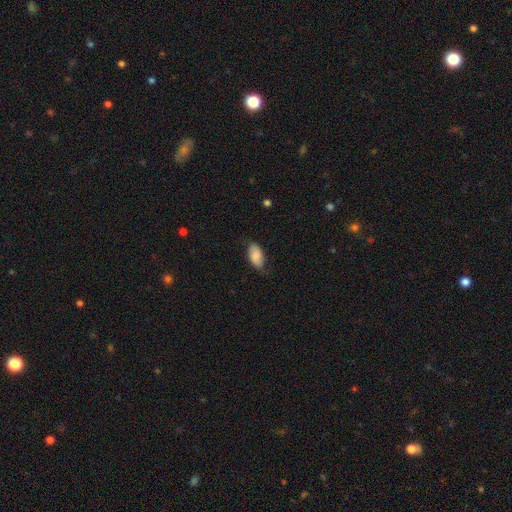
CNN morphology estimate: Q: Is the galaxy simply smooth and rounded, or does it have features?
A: smooth — 75%.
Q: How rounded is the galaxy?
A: in between — 94%.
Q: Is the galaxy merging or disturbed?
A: none — 69%.